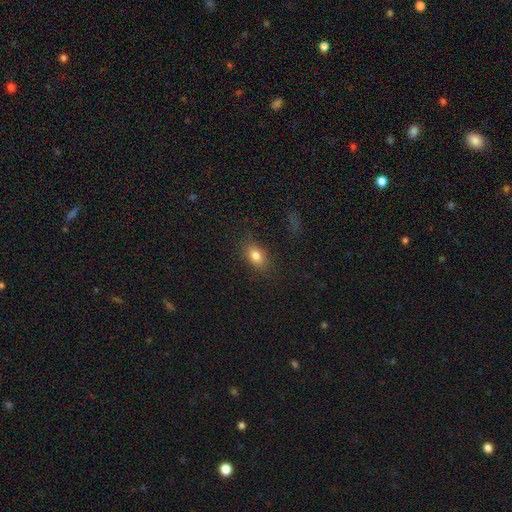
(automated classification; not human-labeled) A smooth galaxy with no disk features (82%) that is in between round and cigar-shaped (83%).

Vote fractions:
- Smooth or featured? smooth: 82% / star or artifact: 10% / featured or disk: 8%
- How rounded? in between: 83% / round: 14% / cigar-shaped: 3%
- Merging? none: 83% / minor disturbance: 12% / major disturbance: 4% / merger: 1%